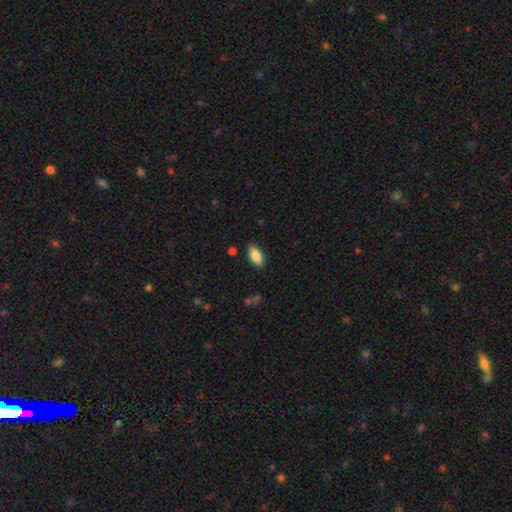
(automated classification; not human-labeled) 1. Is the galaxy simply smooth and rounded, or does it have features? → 84% smooth, 9% featured or disk, 7% star or artifact.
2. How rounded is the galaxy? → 91% in between, 7% cigar-shaped, 2% round.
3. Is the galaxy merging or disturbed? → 87% none, 10% minor disturbance, 2% major disturbance, 1% merger.